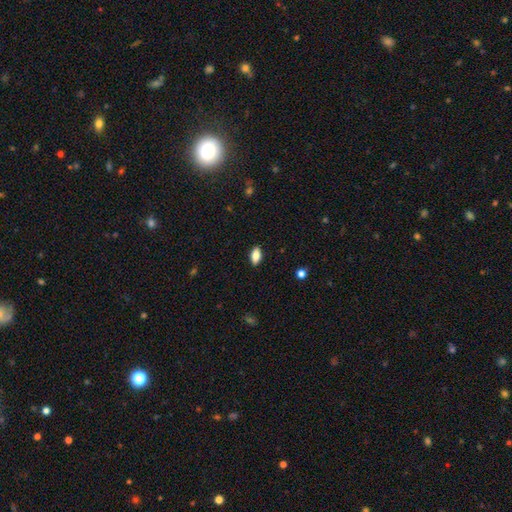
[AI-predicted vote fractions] Q: Smooth or featured?
A: smooth (79%); runner-up: featured or disk (14%)
Q: How rounded?
A: in between (88%); runner-up: cigar-shaped (8%)
Q: Merging?
A: none (89%); runner-up: minor disturbance (8%)